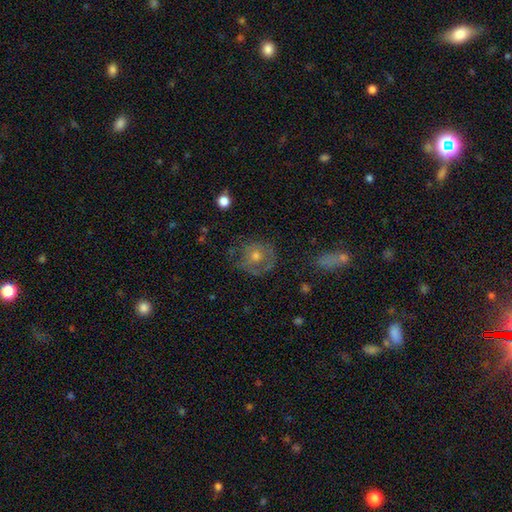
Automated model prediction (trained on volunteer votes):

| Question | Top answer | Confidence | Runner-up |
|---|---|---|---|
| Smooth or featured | featured or disk | 47% | smooth (41%) |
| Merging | none | 65% | minor disturbance (20%) |